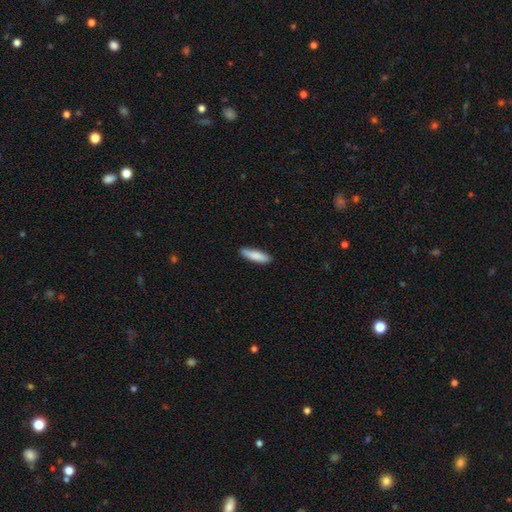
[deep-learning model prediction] Q: Smooth or featured?
A: smooth (86%); runner-up: featured or disk (9%)
Q: How rounded?
A: cigar-shaped (70%); runner-up: in between (29%)
Q: Merging?
A: none (87%); runner-up: minor disturbance (10%)